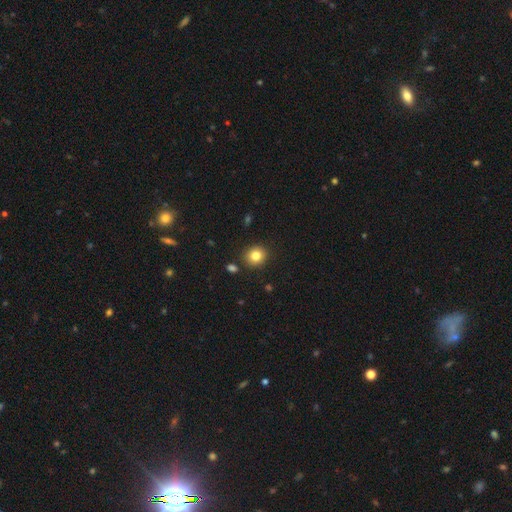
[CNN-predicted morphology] Q: Smooth or featured?
A: smooth (82%); runner-up: star or artifact (11%)
Q: How rounded?
A: round (78%); runner-up: in between (21%)
Q: Merging?
A: none (88%); runner-up: minor disturbance (7%)